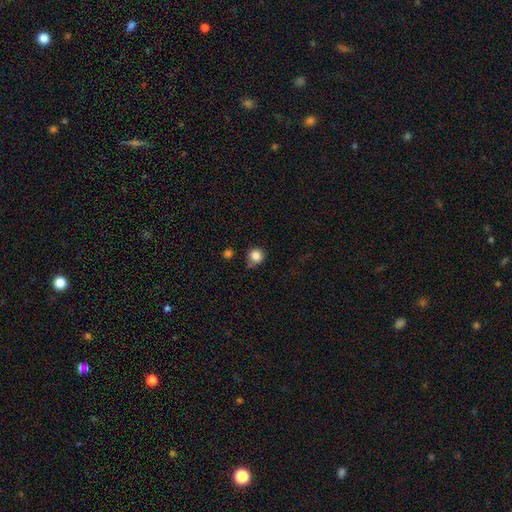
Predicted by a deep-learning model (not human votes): Overall: smooth (83%). How rounded: round (90%). Merging: none (69%).